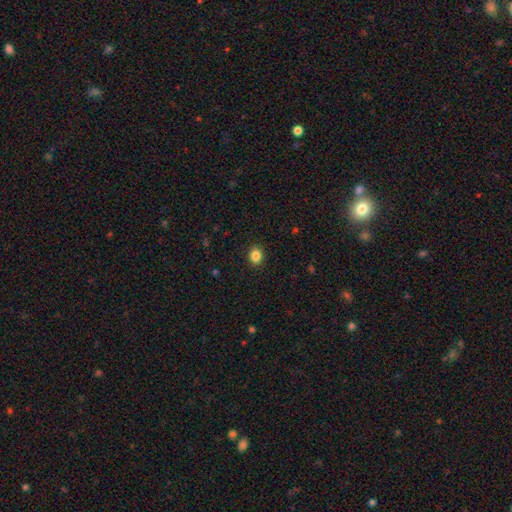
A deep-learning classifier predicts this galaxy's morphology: smooth_or_featured: smooth (p=0.86) [alt: star or artifact p=0.10]
how_rounded: round (p=0.61) [alt: in between p=0.38]
merging: none (p=0.90) [alt: minor disturbance p=0.07]